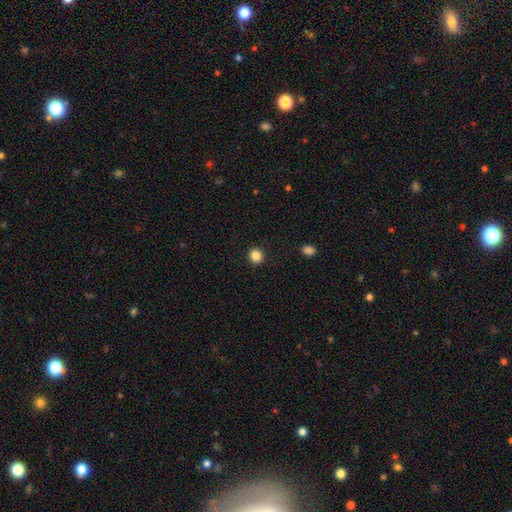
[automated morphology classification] Smooth or featured? Predicted: smooth (p=0.86). How rounded? Predicted: round (p=0.92). Merging? Predicted: none (p=0.93).